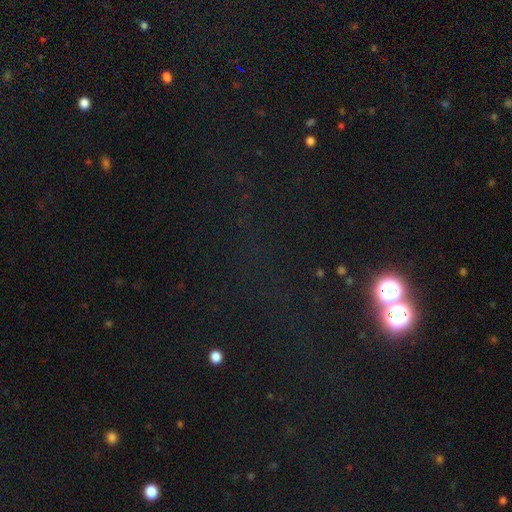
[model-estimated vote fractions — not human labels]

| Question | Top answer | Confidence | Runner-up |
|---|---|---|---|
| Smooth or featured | star or artifact | 74% | smooth (18%) |